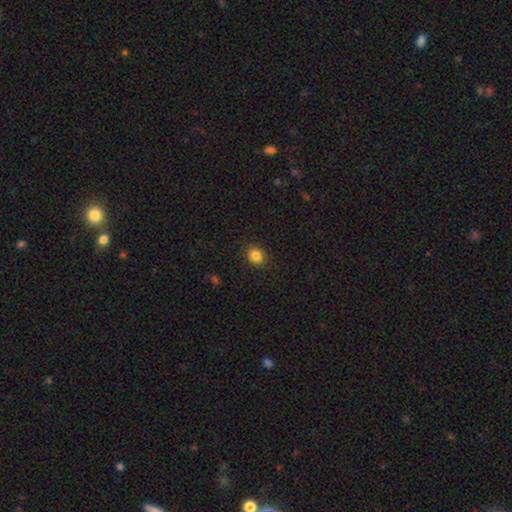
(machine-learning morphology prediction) This appears to be a smooth galaxy with no disk features (85%) that is round (73%). Merging: none (89%).